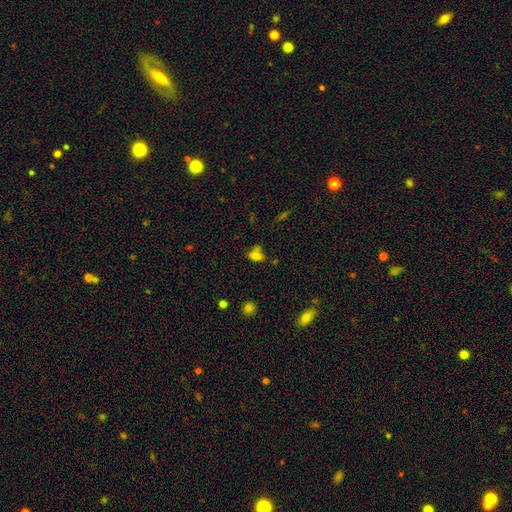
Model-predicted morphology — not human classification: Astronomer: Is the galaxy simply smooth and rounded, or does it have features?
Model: smooth — 73%.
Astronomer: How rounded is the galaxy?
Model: in between — 78%.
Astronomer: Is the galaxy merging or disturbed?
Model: none — 50%.